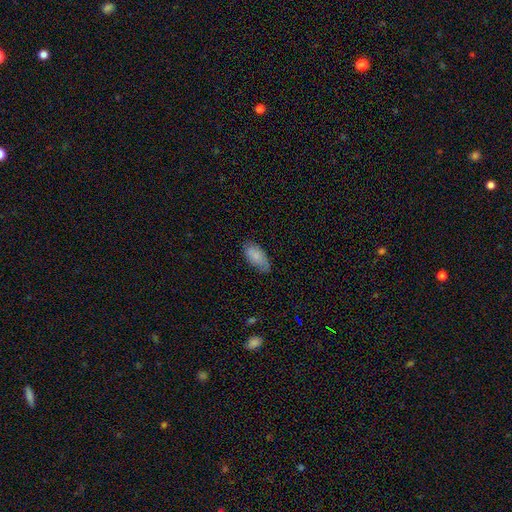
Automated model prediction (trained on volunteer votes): Q: Smooth or featured?
A: smooth (83%); runner-up: featured or disk (11%)
Q: How rounded?
A: in between (91%); runner-up: cigar-shaped (7%)
Q: Merging?
A: none (71%); runner-up: minor disturbance (23%)